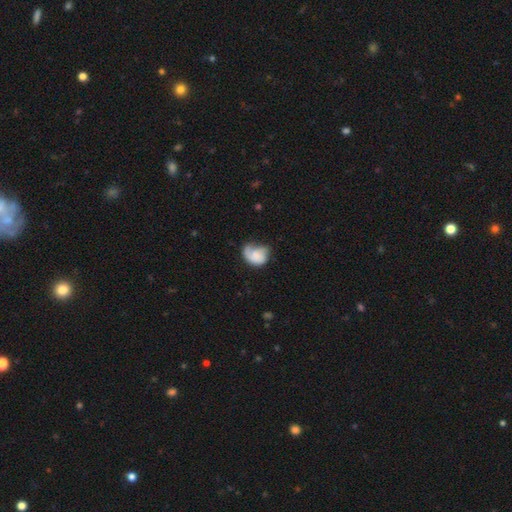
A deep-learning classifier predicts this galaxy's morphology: smooth-or-featured: smooth: 54% | featured or disk: 38% | star or artifact: 7%
  how-rounded: in between: 55% | round: 44% | cigar-shaped: 1%
  merging: minor disturbance: 32% (tied) | major disturbance: 32% (tied) | none: 32% (tied) | merger: 5%